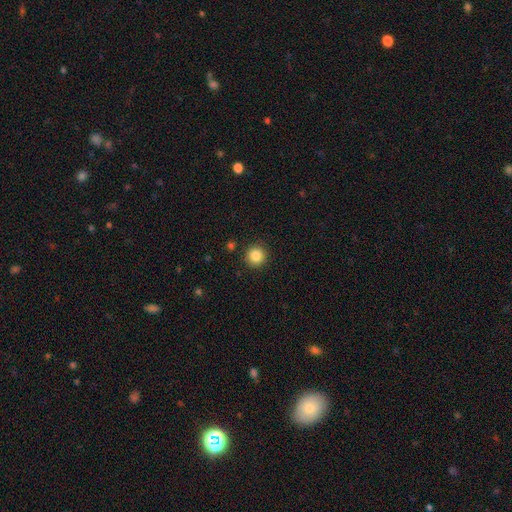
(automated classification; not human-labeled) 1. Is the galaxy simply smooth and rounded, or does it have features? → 86% smooth, 10% star or artifact, 4% featured or disk.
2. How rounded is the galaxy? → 94% round, 5% in between, 1% cigar-shaped.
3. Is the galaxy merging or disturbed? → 91% none, 6% minor disturbance, 2% major disturbance, 2% merger.